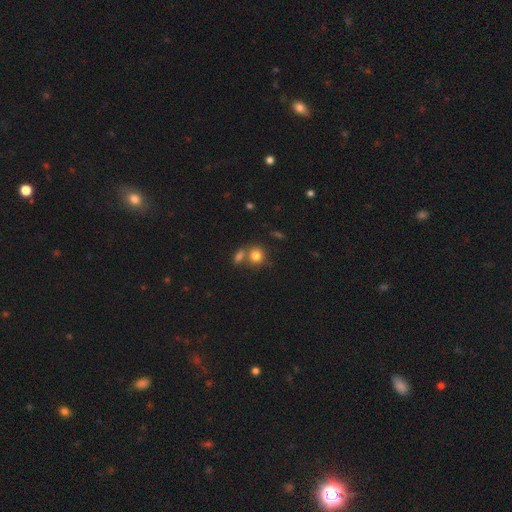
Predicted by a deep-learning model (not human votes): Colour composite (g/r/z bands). It shows a smooth galaxy with no disk features (80%) that is round (79%). Merging: none (55%).